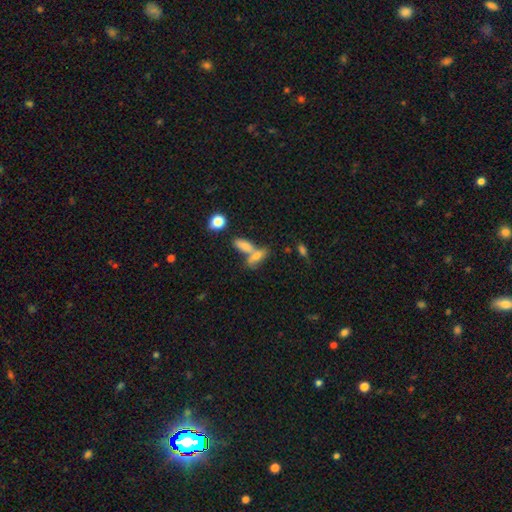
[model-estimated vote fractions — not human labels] A smooth galaxy with no disk features (71%) that is in between round and cigar-shaped (68%). Merging: merger (52%).